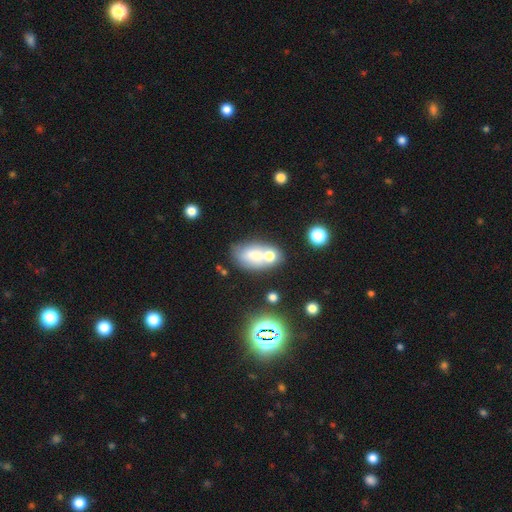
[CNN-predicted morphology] smooth_or_featured: smooth (p=0.66) [alt: featured or disk p=0.21]
how_rounded: in between (p=0.85) [alt: round p=0.13]
merging: merger (p=0.41) [alt: none p=0.37]